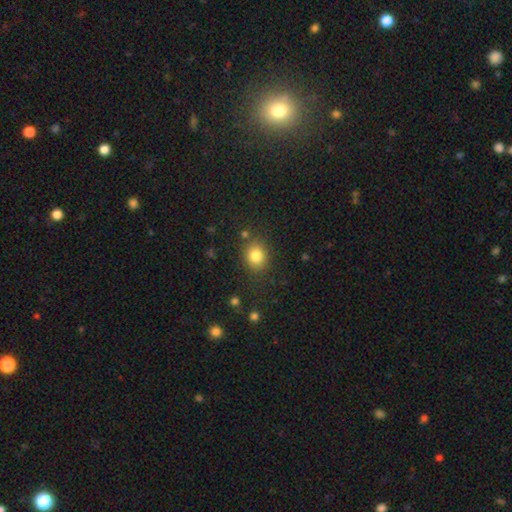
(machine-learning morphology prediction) Smooth or featured?
  - smooth: 82% *
  - star or artifact: 11%
  - featured or disk: 7%
How rounded?
  - round: 66% *
  - in between: 34%
  - cigar-shaped: 1%
Merging?
  - none: 82% *
  - minor disturbance: 11%
  - major disturbance: 4%
  - merger: 4%